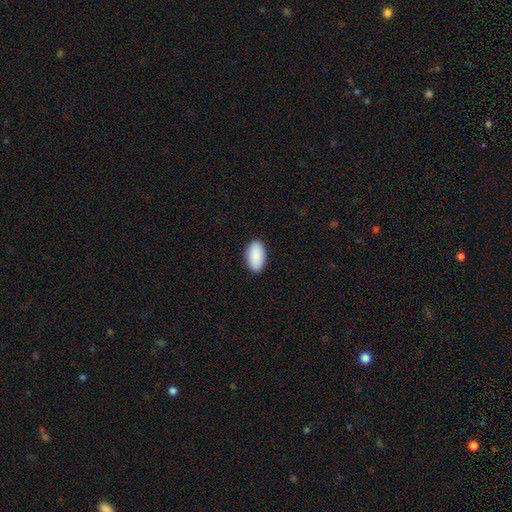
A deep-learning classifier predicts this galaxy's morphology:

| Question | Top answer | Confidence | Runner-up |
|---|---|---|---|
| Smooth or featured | smooth | 91% | star or artifact (6%) |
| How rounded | in between | 95% | round (3%) |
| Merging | none | 89% | minor disturbance (8%) |